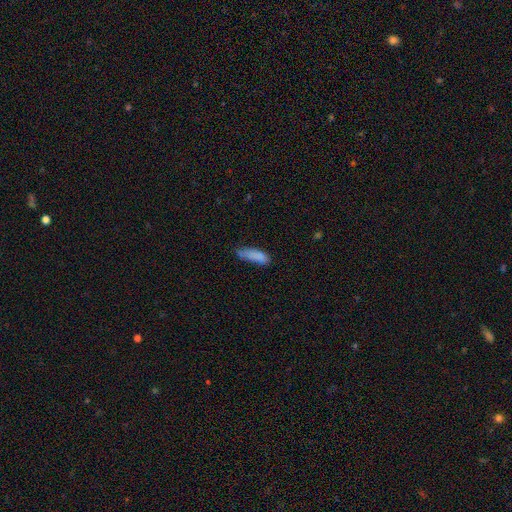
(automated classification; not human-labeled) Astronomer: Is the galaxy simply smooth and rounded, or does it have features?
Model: smooth — 83%.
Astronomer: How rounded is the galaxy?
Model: in between — 49%, tied with cigar-shaped at 49%.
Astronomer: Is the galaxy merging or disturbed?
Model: none — 52% (runner-up: minor disturbance, 34%).